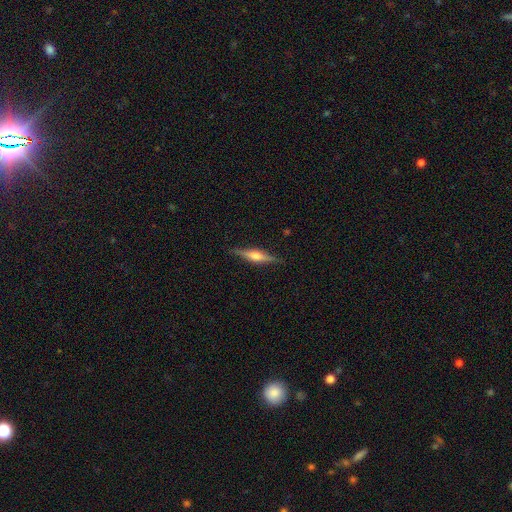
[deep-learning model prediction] Smooth or featured? featured or disk (69%)
Edge-on disk? yes (97%)
Edge-on bulge? rounded (86%)
Merging? none (87%)